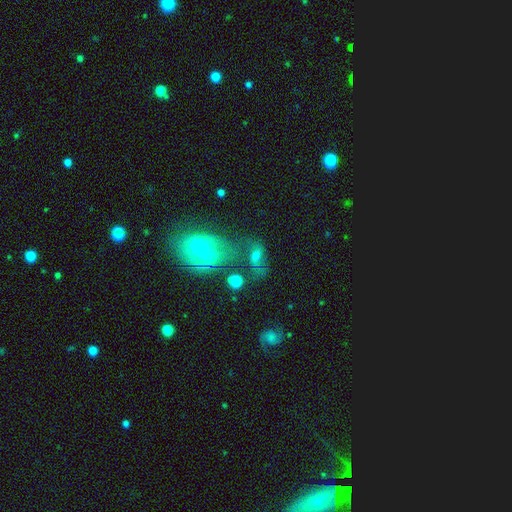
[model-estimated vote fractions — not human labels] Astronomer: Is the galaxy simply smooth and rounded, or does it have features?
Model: smooth — 46% (runner-up: featured or disk, 39%).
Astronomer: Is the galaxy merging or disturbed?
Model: merger — 36% (runner-up: none, 31%).